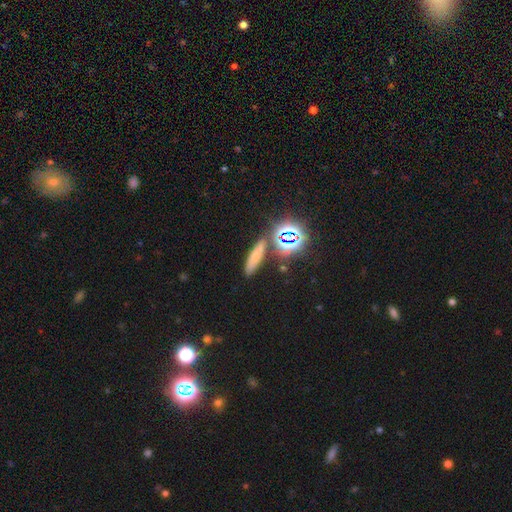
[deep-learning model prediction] smooth_or_featured: smooth (p=0.58) [alt: star or artifact p=0.26]
how_rounded: cigar-shaped (p=0.63) [alt: in between p=0.25]
merging: none (p=0.79) [alt: minor disturbance p=0.10]